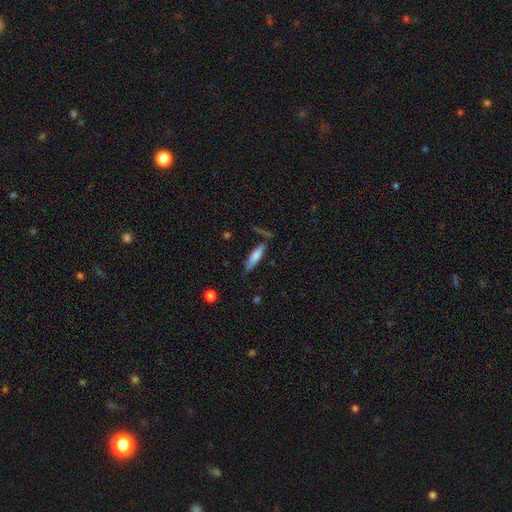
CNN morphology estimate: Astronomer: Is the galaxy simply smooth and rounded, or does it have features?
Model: smooth — 66%.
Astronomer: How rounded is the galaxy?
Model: cigar-shaped — 76%.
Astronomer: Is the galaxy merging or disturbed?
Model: none — 67%.